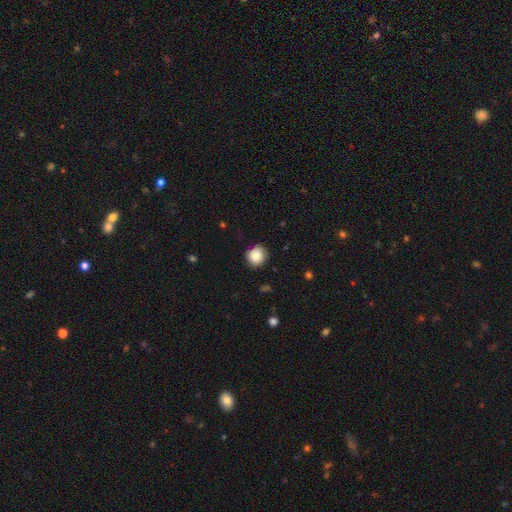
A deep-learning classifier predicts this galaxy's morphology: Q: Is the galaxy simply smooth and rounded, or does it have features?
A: smooth — 86%.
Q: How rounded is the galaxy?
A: round — 84%.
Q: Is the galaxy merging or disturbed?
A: none — 82%.